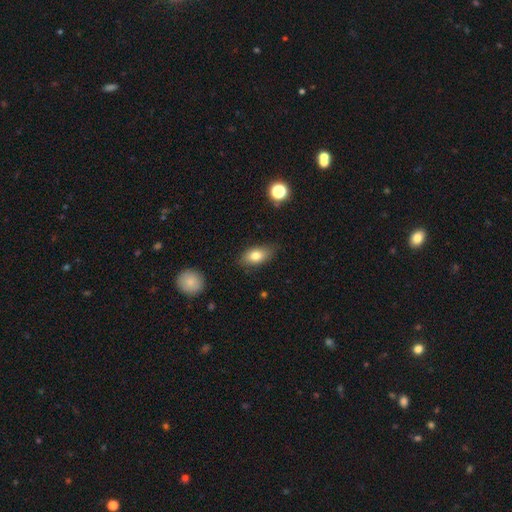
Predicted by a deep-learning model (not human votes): This is likely a smooth galaxy (80%). How rounded: clearly in between (88%). Merging: likely none (78%).